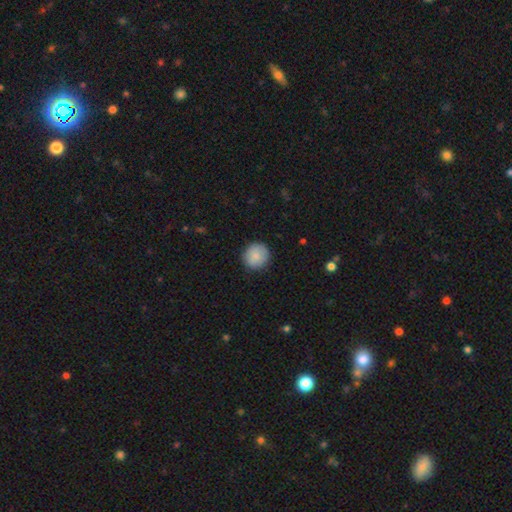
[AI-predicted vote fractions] smooth-or-featured: smooth: 86% | star or artifact: 7% | featured or disk: 7%
  how-rounded: round: 92% | in between: 7% | cigar-shaped: 1%
  merging: none: 88% | minor disturbance: 9% | major disturbance: 2% | merger: 1%